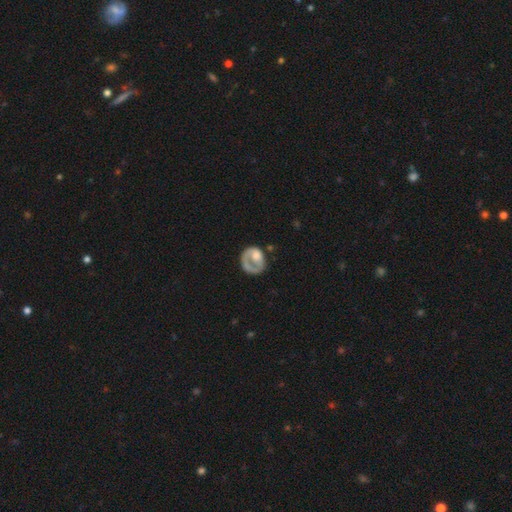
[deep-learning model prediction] A smooth galaxy with no disk features (47%). Merging: none (41%).